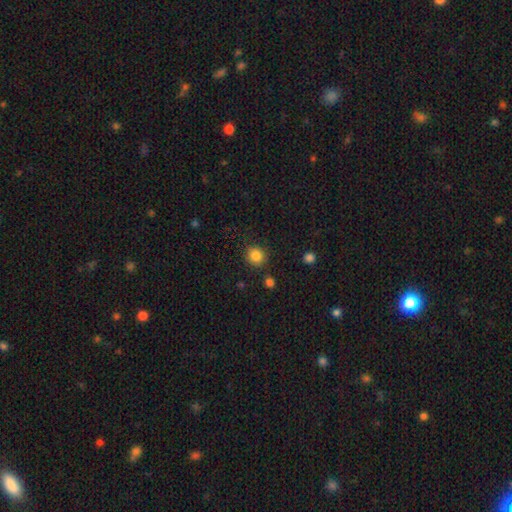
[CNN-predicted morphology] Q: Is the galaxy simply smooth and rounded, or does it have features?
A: smooth — 86%.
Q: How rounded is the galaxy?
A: round — 89%.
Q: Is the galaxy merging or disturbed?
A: none — 85%.